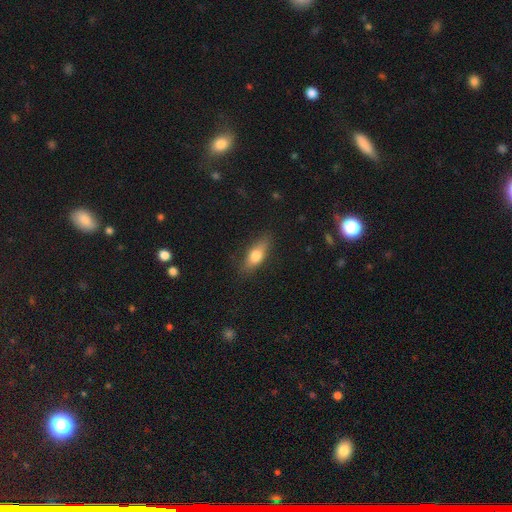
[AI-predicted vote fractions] This appears to be a smooth galaxy with no disk features (71%) that is in between round and cigar-shaped (68%). Merging: none (82%).